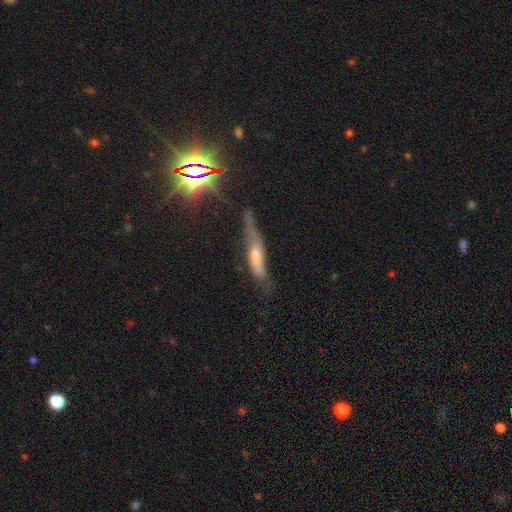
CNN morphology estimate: This appears to be a featured or disk galaxy (47%). Merging: none (40%).